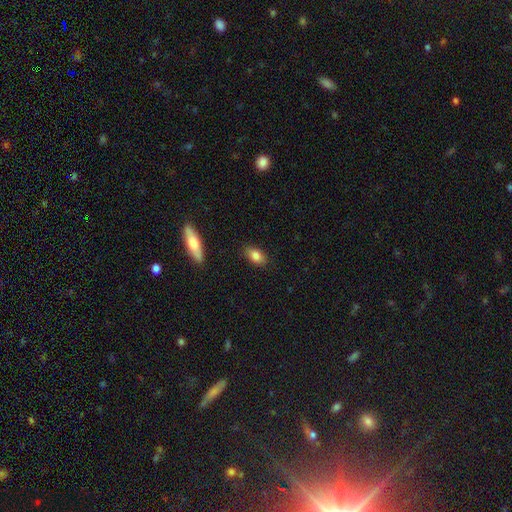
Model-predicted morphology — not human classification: The model was most divided on "smooth or featured": smooth: 82%, featured or disk: 11%, star or artifact: 7%. More confident: merging — none (87%); how rounded — in between (87%).